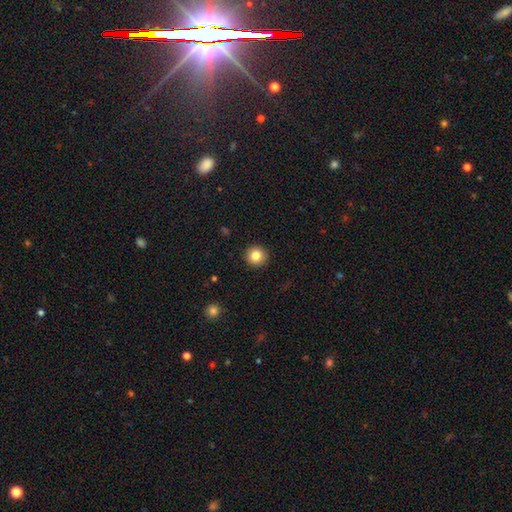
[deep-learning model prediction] smooth-or-featured: smooth: 84% | star or artifact: 10% | featured or disk: 6%
  how-rounded: round: 95% | in between: 4% | cigar-shaped: 1%
  merging: none: 92% | minor disturbance: 5% | major disturbance: 2% | merger: 1%